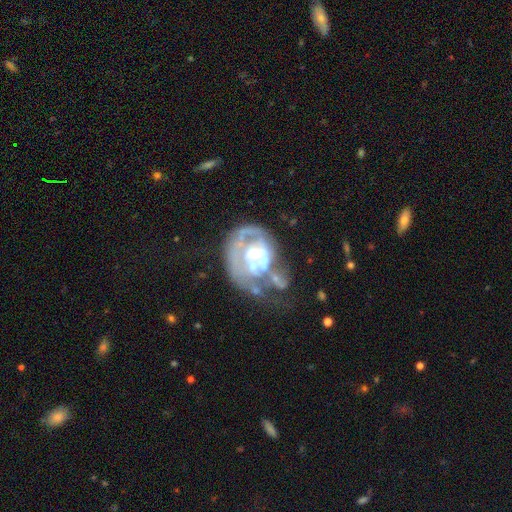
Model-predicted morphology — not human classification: Smooth or featured? featured or disk (77%)
Edge-on disk? no (98%)
Bar? no (82%)
Spiral arms? no (55%)
Bulge size? small (40%)
Merging? major disturbance (34%)